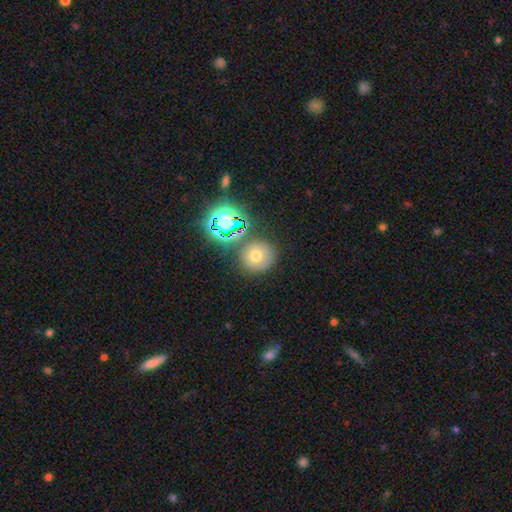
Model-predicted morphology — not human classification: Smooth or featured? Predicted: star or artifact (p=0.50).